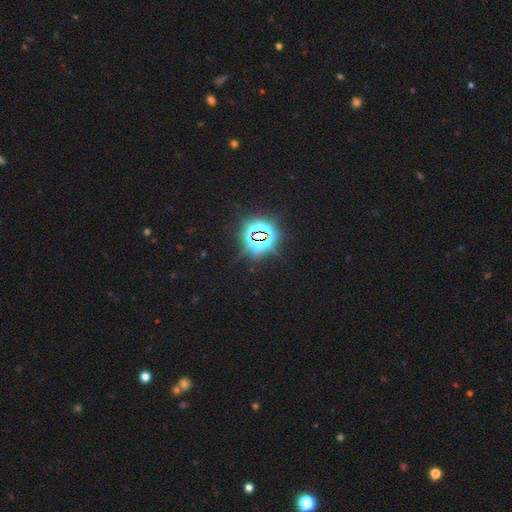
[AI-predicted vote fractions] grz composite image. It shows a star or artifact, not a galaxy (84%).